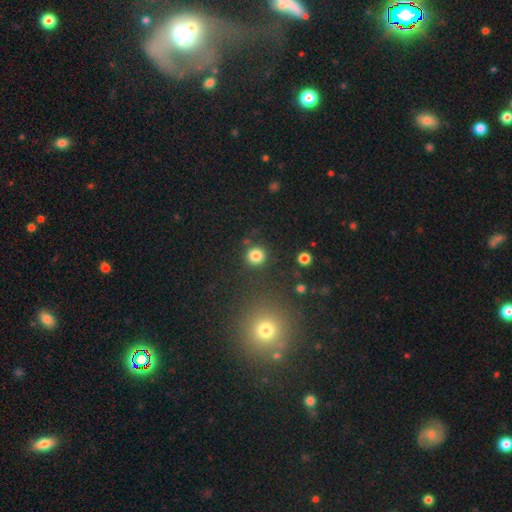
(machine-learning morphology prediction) The model was most divided on "smooth or featured": smooth: 83%, star or artifact: 12%, featured or disk: 5%. More confident: how rounded — round (91%); merging — none (85%).